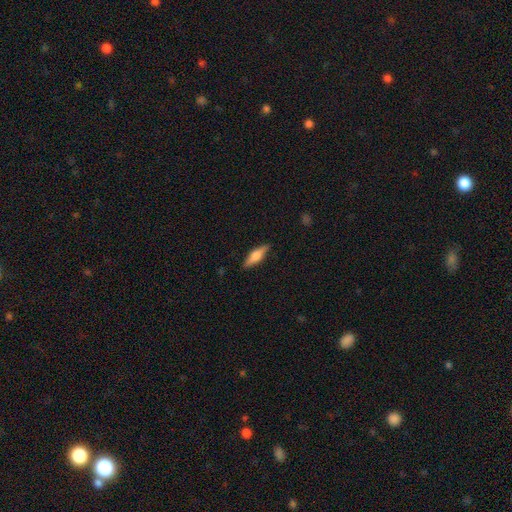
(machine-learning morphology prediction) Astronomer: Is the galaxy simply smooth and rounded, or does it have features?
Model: smooth — 58% (runner-up: featured or disk, 35%).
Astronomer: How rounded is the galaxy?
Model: cigar-shaped — 53% (runner-up: in between, 45%).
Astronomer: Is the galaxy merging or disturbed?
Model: none — 86%.